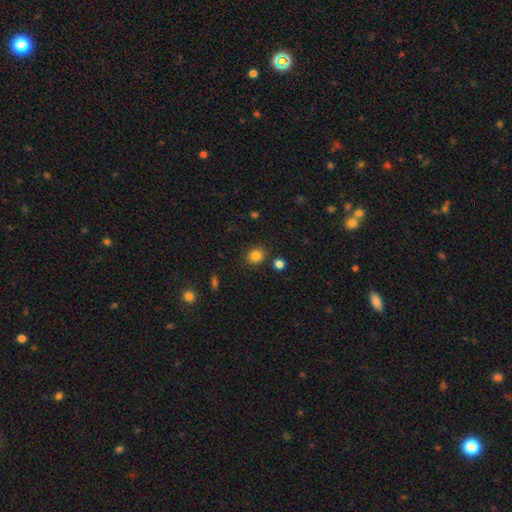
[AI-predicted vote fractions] smooth-or-featured: smooth: 84% | star or artifact: 11% | featured or disk: 5%
  how-rounded: round: 73% | in between: 26% | cigar-shaped: 1%
  merging: none: 83% | minor disturbance: 9% | merger: 5% | major disturbance: 3%